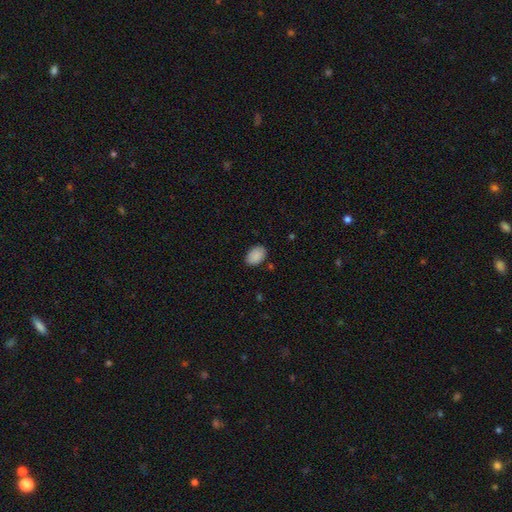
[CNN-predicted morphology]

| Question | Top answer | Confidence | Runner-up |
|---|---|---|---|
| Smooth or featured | smooth | 89% | star or artifact (7%) |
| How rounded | in between | 86% | round (13%) |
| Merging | none | 85% | minor disturbance (11%) |